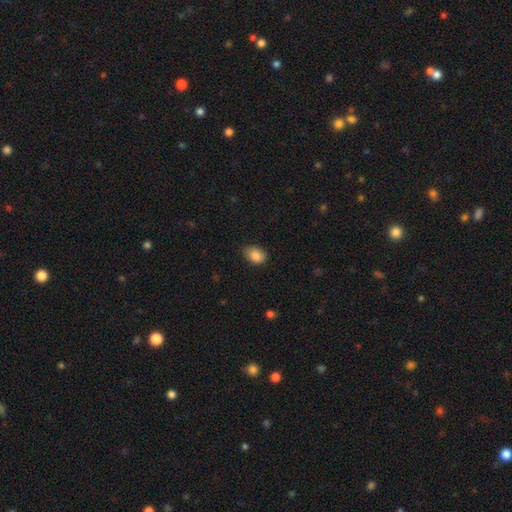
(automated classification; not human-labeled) Smooth or featured? smooth (85%)
How rounded? in between (72%)
Merging? none (72%)